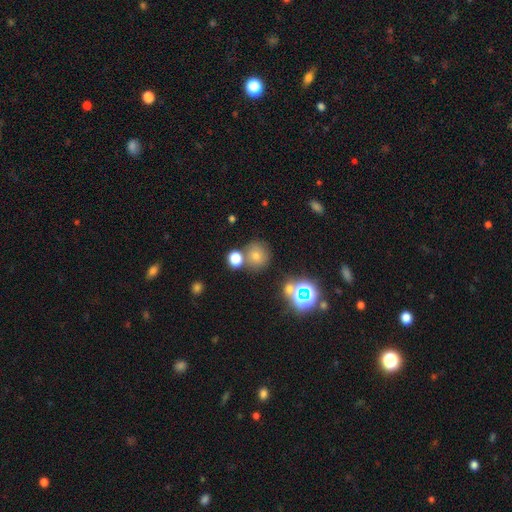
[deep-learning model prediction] A smooth galaxy with no disk features (63%) that is round (86%). Merging: none (67%).